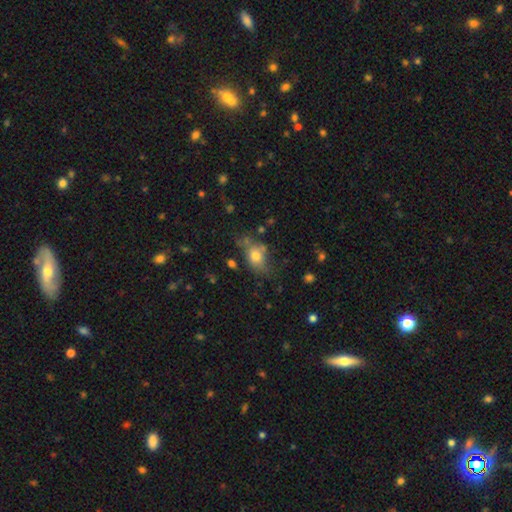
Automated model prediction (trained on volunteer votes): Morphology: type=smooth (72%); roundness=in between (65%); merging=none (55%).